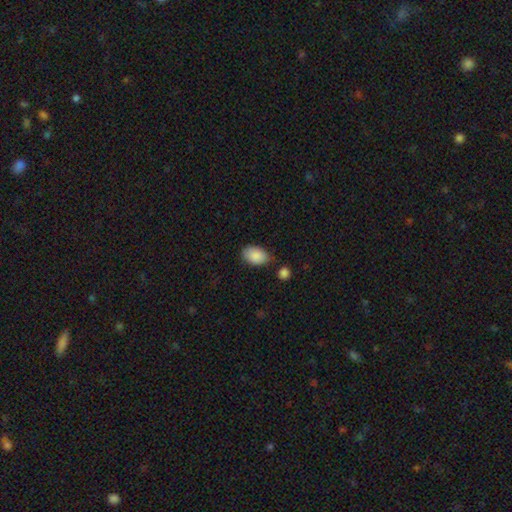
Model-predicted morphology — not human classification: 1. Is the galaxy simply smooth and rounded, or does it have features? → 89% smooth, 7% star or artifact, 4% featured or disk.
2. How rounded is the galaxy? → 89% in between, 10% round, 1% cigar-shaped.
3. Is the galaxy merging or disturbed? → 68% none, 21% minor disturbance, 6% merger, 5% major disturbance.